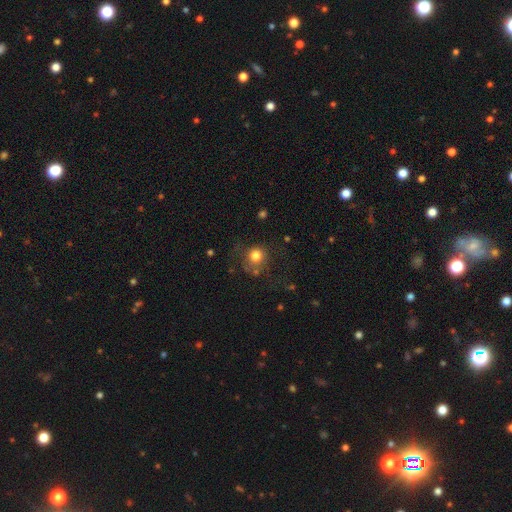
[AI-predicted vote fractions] smooth-or-featured: smooth: 78% | star or artifact: 11% | featured or disk: 11%
  how-rounded: round: 87% | in between: 12% | cigar-shaped: 1%
  merging: none: 63% | minor disturbance: 19% | major disturbance: 14% | merger: 4%